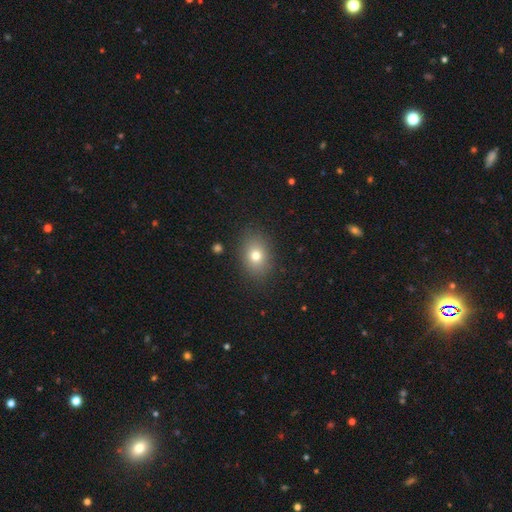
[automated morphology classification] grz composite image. It shows a smooth galaxy with no disk features (75%) that is in between round and cigar-shaped (69%). Merging: none (86%).